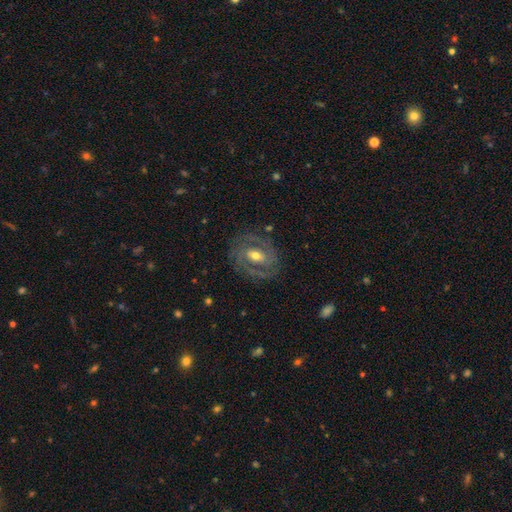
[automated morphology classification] Smooth or featured? featured or disk (81%)
Edge-on disk? no (96%)
Bar? weak (42%)
Spiral arms? yes (86%)
Spiral winding? tight (52%)
Spiral arm count? 2 (72%)
Bulge size? moderate (67%)
Merging? none (79%)